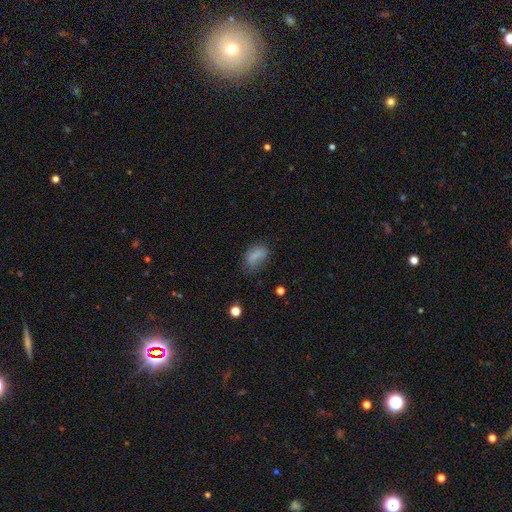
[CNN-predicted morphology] This appears to be a smooth galaxy with no disk features (78%) that is in between round and cigar-shaped (86%). Merging: none (50%).